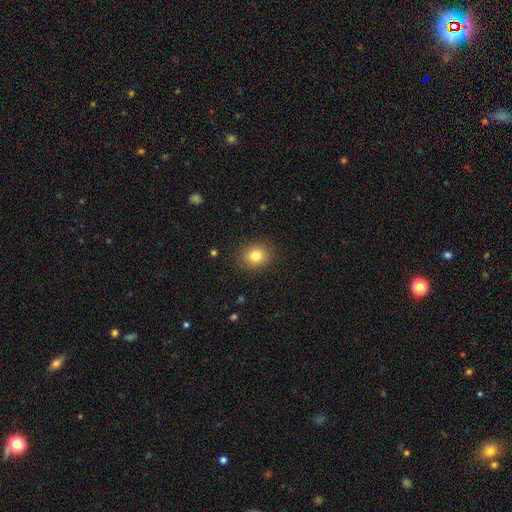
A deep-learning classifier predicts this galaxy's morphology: Smooth or featured: smooth — 81% (star or artifact — 11%)
How rounded: round — 65% (in between — 34%)
Merging: none — 88% (minor disturbance — 9%)